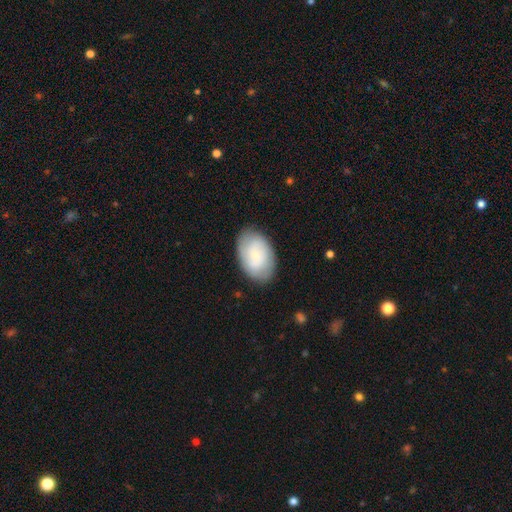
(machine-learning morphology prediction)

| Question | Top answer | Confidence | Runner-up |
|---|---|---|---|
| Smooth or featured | smooth | 59% | featured or disk (35%) |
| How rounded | in between | 89% | round (9%) |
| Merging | none | 81% | minor disturbance (14%) |